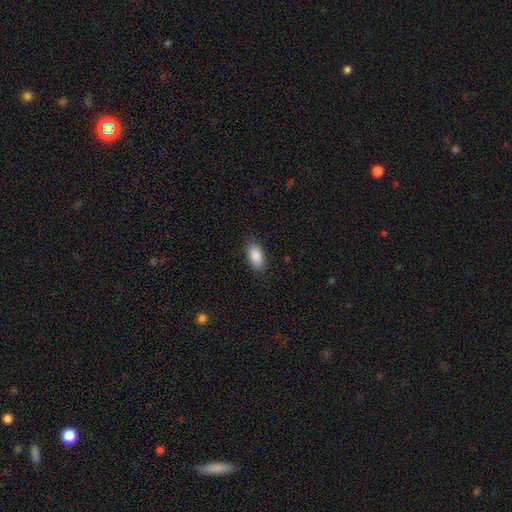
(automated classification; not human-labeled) Morphology: type=smooth (88%); roundness=in between (92%); merging=none (85%).